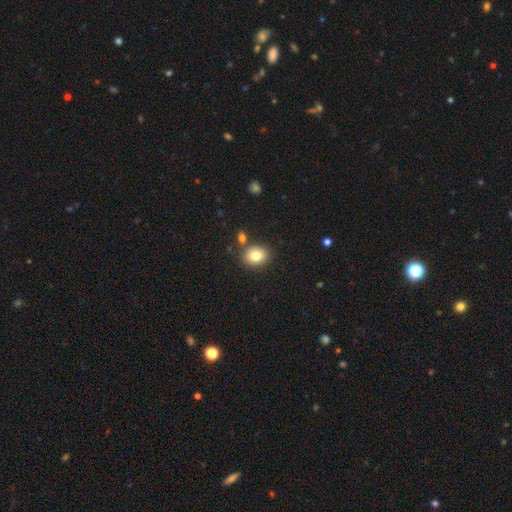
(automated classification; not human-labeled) Morphology: type=smooth (81%); roundness=in between (51%); merging=none (78%).